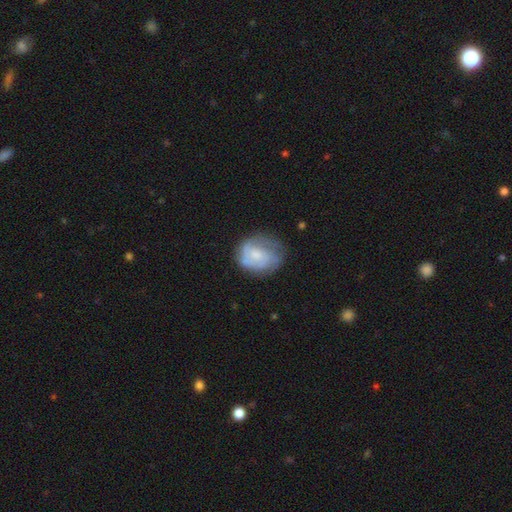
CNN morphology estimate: A featured or disk galaxy (54%) with no bar (68%), spiral arms (74%) and a small central bulge (38%). Merging: none (55%).